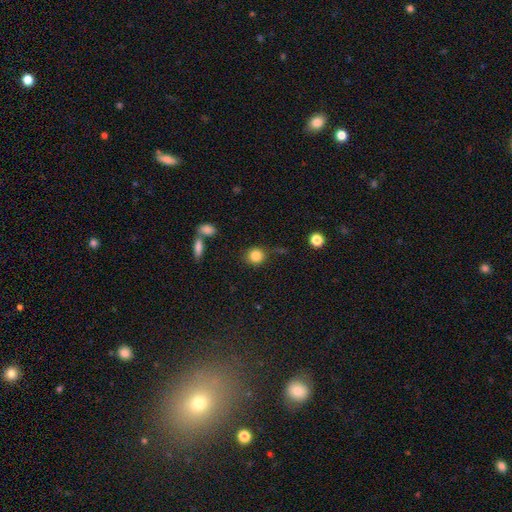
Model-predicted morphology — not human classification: smooth-or-featured: smooth: 85% | star or artifact: 10% | featured or disk: 5%
  how-rounded: round: 87% | in between: 12% | cigar-shaped: 1%
  merging: none: 80% | minor disturbance: 12% | merger: 5% | major disturbance: 4%